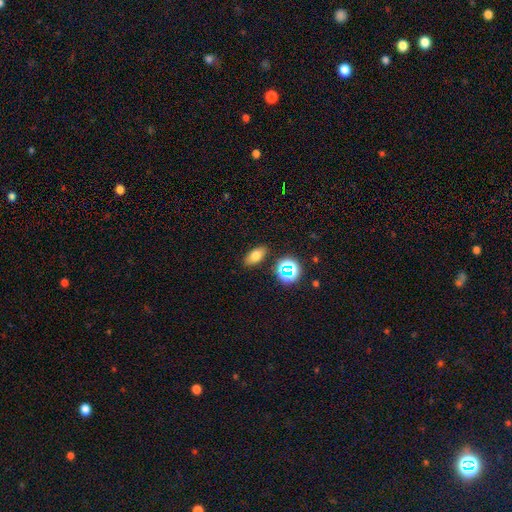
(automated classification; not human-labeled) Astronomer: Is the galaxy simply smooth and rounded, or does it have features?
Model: smooth — 71%.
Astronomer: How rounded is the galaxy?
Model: in between — 85%.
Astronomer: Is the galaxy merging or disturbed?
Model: none — 85%.